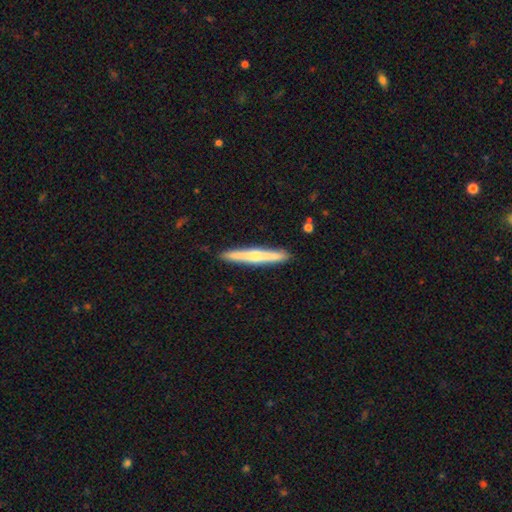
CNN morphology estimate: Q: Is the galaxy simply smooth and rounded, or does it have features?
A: featured or disk — 55%.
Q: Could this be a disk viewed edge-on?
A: yes — 97%.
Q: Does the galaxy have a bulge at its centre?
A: rounded — 72%.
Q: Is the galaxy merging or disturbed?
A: none — 91%.